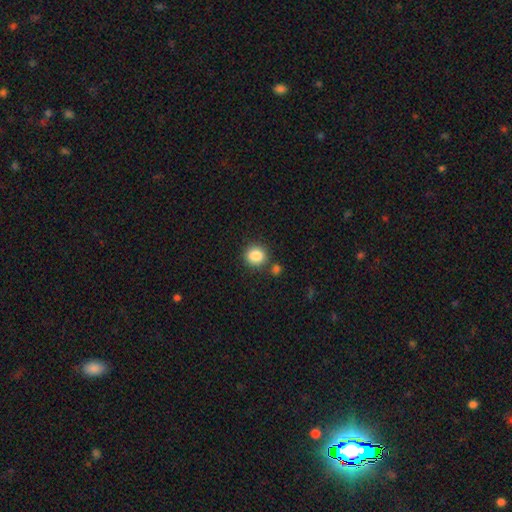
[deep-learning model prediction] The model was most divided on "merging": none: 79%, merger: 9%, minor disturbance: 9%, major disturbance: 3%. More confident: smooth or featured — smooth (86%); how rounded — round (85%).